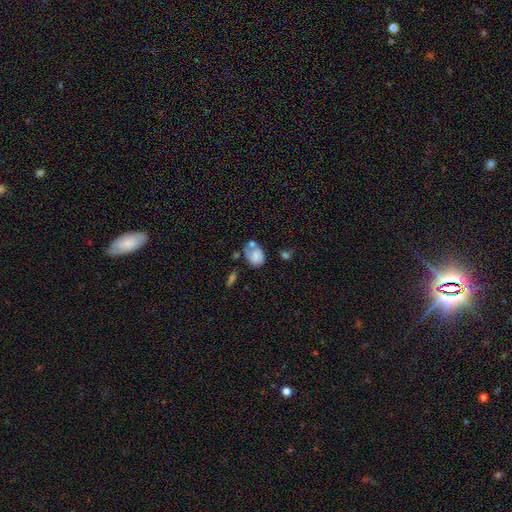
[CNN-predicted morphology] Smooth or featured?
  - smooth: 71% *
  - featured or disk: 20%
  - star or artifact: 9%
How rounded?
  - in between: 63% *
  - round: 35%
  - cigar-shaped: 1%
Merging?
  - none: 33% *
  - merger: 28%
  - minor disturbance: 24%
  - major disturbance: 14%